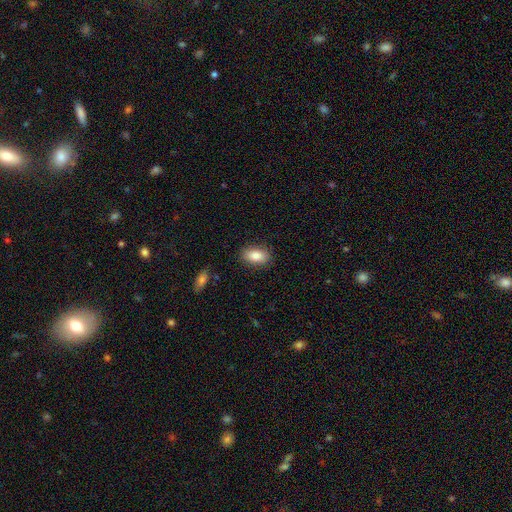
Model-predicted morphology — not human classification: The model was most divided on "merging": none: 86%, minor disturbance: 10%, major disturbance: 3%, merger: 1%. More confident: how rounded — in between (91%); smooth or featured — smooth (86%).